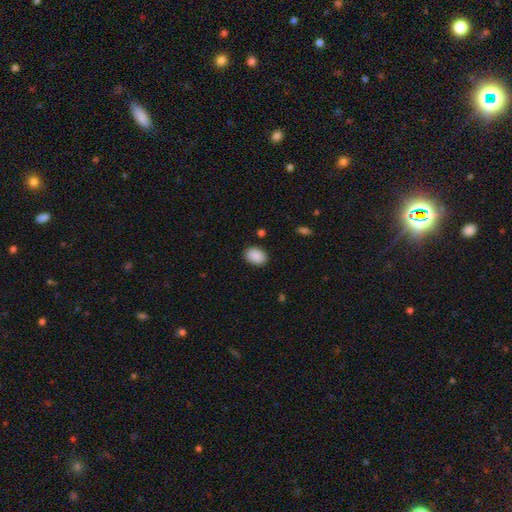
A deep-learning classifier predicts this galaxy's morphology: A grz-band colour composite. It shows a smooth galaxy with no disk features (90%) that is in between round and cigar-shaped (77%). Merging: none (88%).